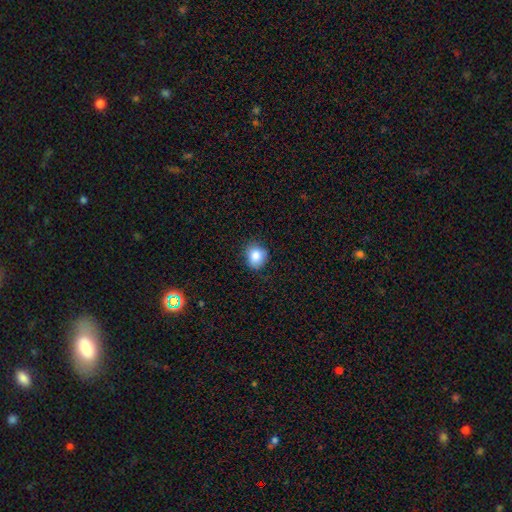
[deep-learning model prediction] smooth-or-featured: smooth: 85% | star or artifact: 9% | featured or disk: 6%
  how-rounded: round: 78% | in between: 21% | cigar-shaped: 1%
  merging: none: 79% | minor disturbance: 16% | major disturbance: 3% | merger: 1%